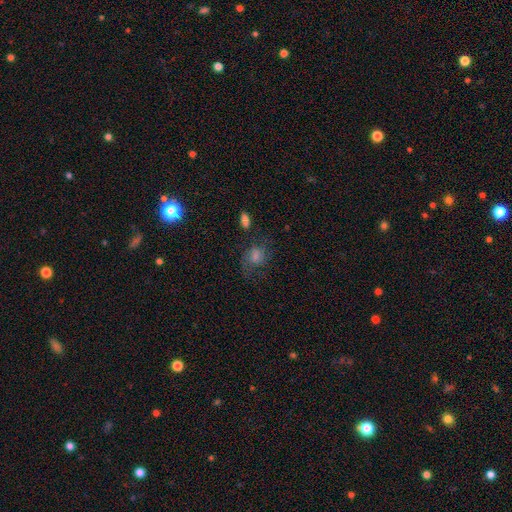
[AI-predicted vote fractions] smooth_or_featured: featured or disk (p=0.40) [alt: smooth p=0.36]
merging: none (p=0.60) [alt: minor disturbance p=0.20]